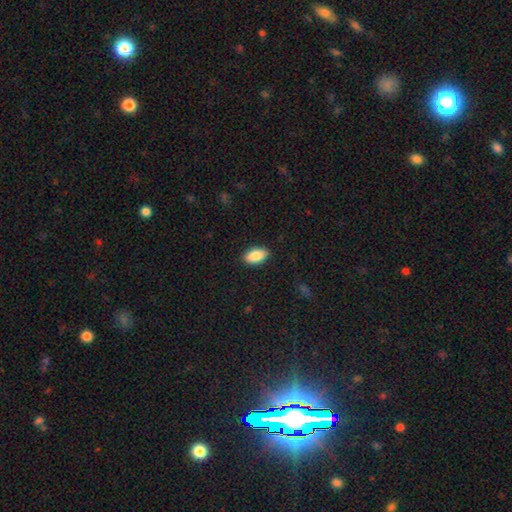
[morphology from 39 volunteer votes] Smooth or featured? smooth (87%)
How rounded? in between (94%)
Merging? none (79%)